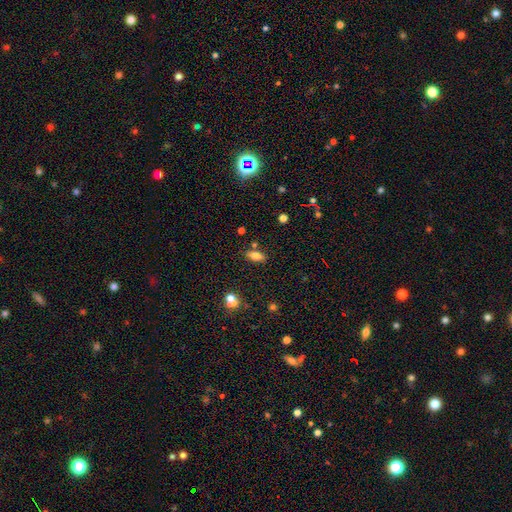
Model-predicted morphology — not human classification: Q: Smooth or featured?
A: smooth (73%); runner-up: featured or disk (17%)
Q: How rounded?
A: in between (83%); runner-up: cigar-shaped (12%)
Q: Merging?
A: none (76%); runner-up: minor disturbance (13%)